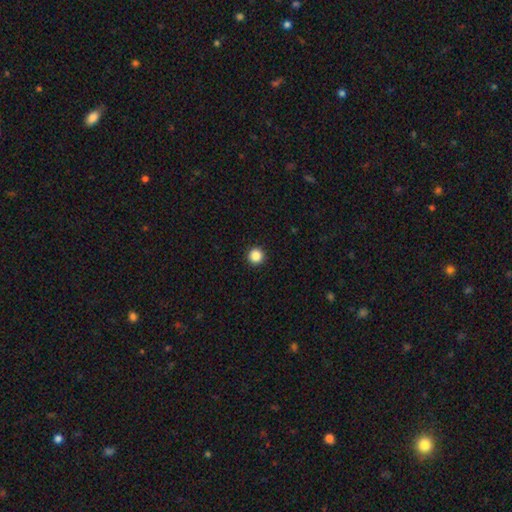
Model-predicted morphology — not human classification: type=smooth (87%); roundness=round (97%); merging=none (94%).